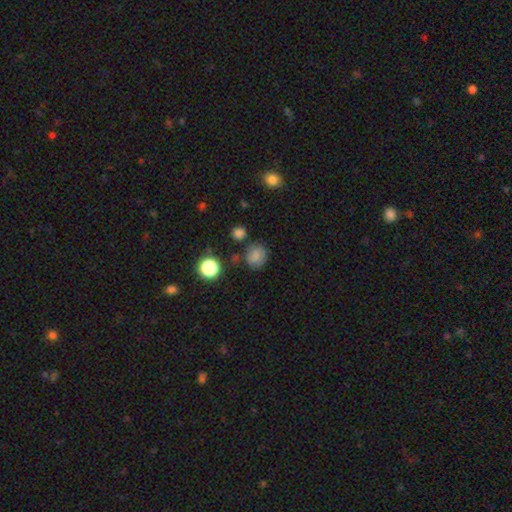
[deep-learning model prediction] This is likely a smooth galaxy (78%). How rounded: likely round (77%). Merging: likely none (73%).